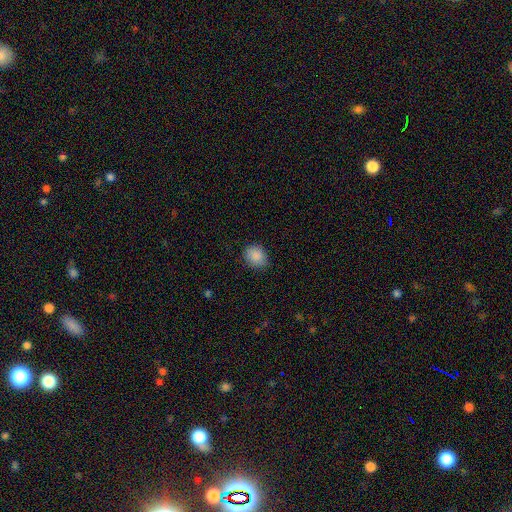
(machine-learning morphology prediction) A smooth galaxy with no disk features (88%) that is round (55%). Merging: none (81%).